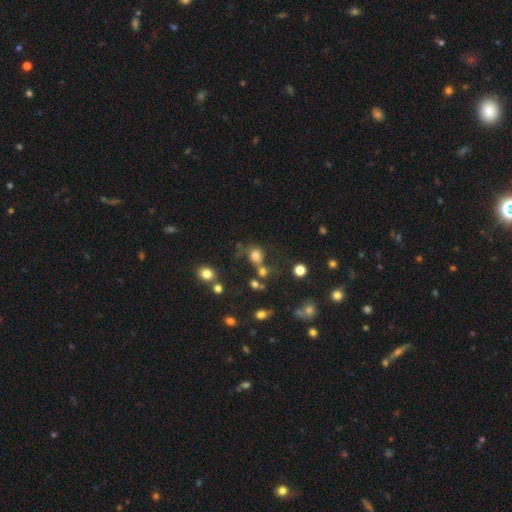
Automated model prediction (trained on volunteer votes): This is likely a smooth galaxy (73%). How rounded: likely round (77%). Merging: possibly none (47%).